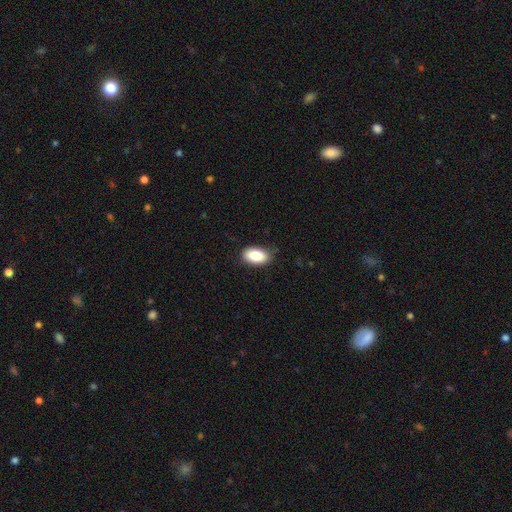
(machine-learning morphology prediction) Overall: smooth (87%). How rounded: in between (93%). Merging: none (82%).